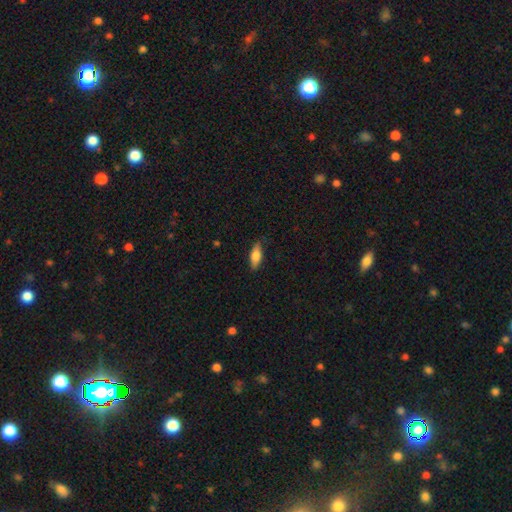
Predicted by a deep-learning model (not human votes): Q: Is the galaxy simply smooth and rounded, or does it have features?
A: smooth — 74%.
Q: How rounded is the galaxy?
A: in between — 72%.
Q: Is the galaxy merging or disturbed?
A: none — 83%.